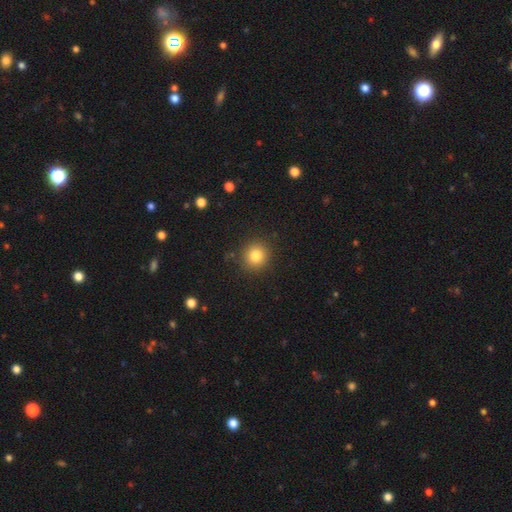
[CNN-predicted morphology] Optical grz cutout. It shows a smooth galaxy with no disk features (82%) that is round (88%). Merging: none (89%).